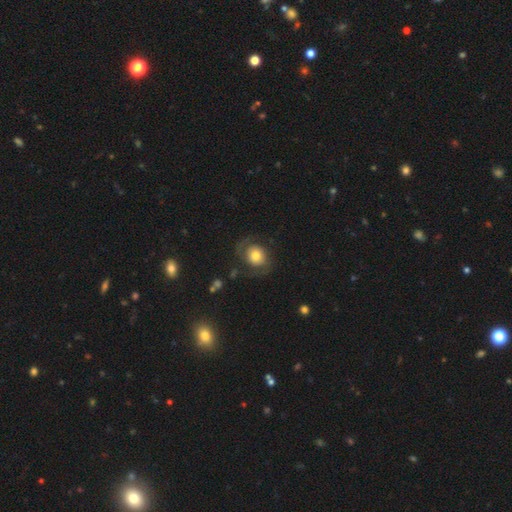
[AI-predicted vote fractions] smooth-or-featured: smooth: 47% | featured or disk: 46% | star or artifact: 8%
  merging: none: 65% | major disturbance: 17% | minor disturbance: 16% | merger: 2%